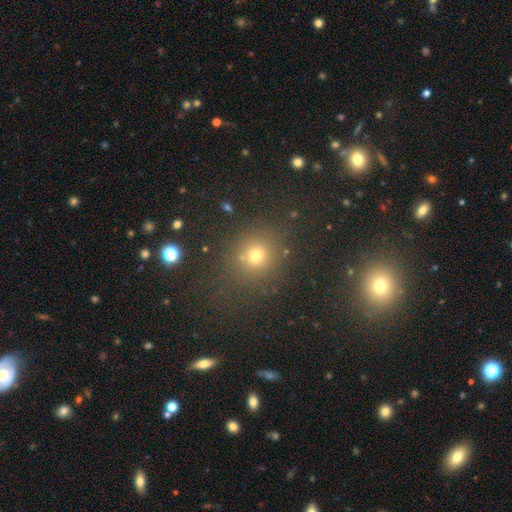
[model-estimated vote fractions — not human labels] Smooth or featured? Predicted: smooth (p=0.63). How rounded? Predicted: round (p=0.84). Merging? Predicted: none (p=0.83).